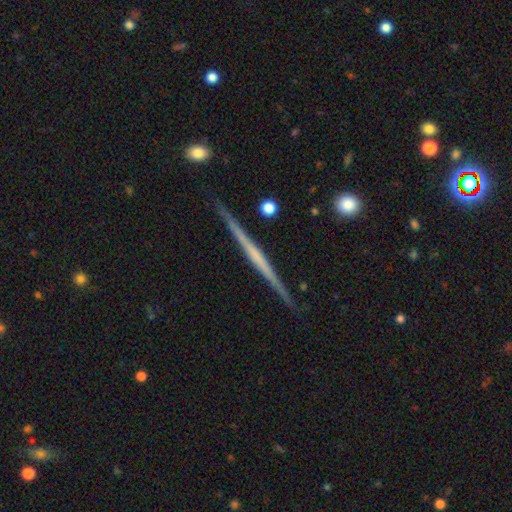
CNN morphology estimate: Smooth or featured?
  - featured or disk: 73% *
  - smooth: 21%
  - star or artifact: 5%
Edge-on disk?
  - yes: 98% *
  - no: 2%
Edge-on bulge?
  - none: 77% *
  - rounded: 15%
  - boxy: 8%
Merging?
  - none: 91% *
  - minor disturbance: 7%
  - major disturbance: 1%
  - merger: 1%